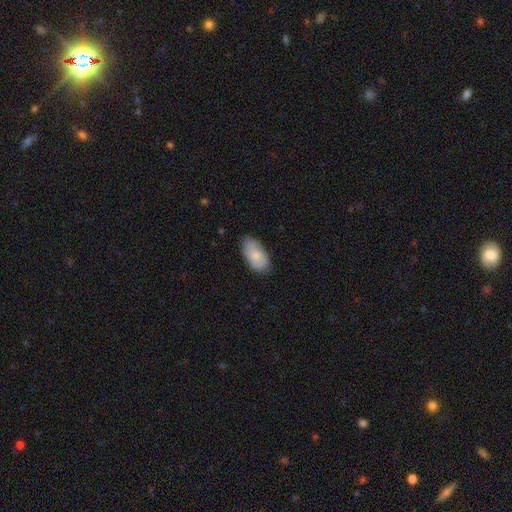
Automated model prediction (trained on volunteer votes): smooth-or-featured: smooth: 76% | featured or disk: 18% | star or artifact: 6%
  how-rounded: in between: 94% | cigar-shaped: 3% | round: 3%
  merging: none: 73% | minor disturbance: 22% | major disturbance: 4% | merger: 1%